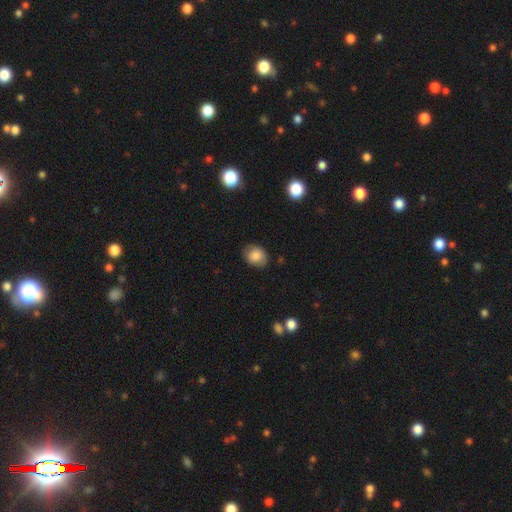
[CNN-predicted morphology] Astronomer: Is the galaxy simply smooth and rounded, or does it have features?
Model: smooth — 82%.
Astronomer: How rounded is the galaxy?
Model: round — 54% (runner-up: in between, 45%).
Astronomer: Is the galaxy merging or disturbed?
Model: none — 80%.